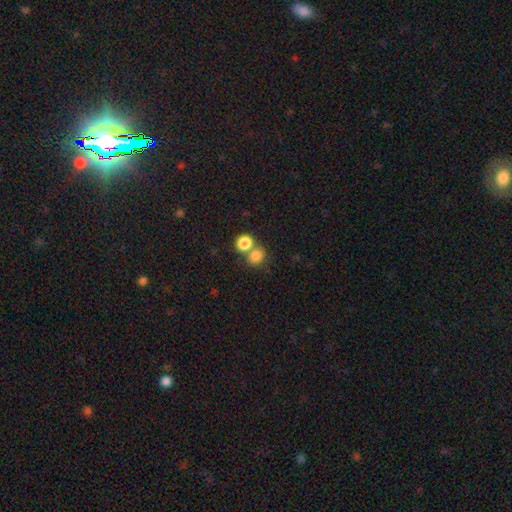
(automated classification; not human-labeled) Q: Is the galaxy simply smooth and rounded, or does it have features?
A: smooth — 81%.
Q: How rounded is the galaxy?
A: round — 70%.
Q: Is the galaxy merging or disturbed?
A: none — 46%.